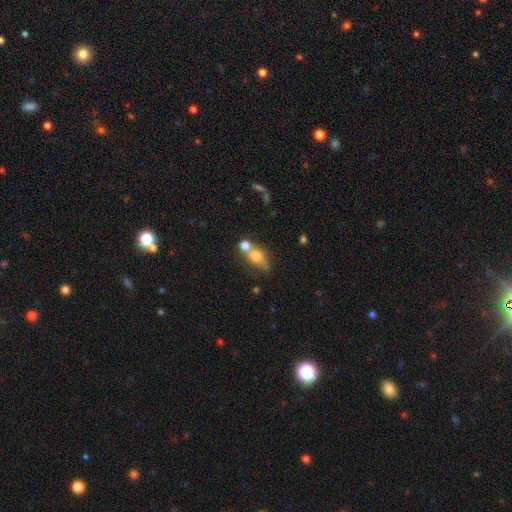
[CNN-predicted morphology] A smooth galaxy with no disk features (68%) that is in between round and cigar-shaped (55%). Merging: merger (40%).